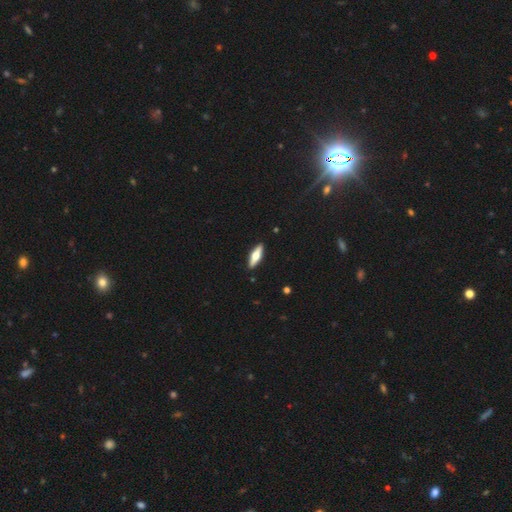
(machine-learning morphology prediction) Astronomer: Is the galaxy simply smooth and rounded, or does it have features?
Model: featured or disk — 48% (runner-up: smooth, 46%).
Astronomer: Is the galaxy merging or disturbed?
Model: none — 91%.